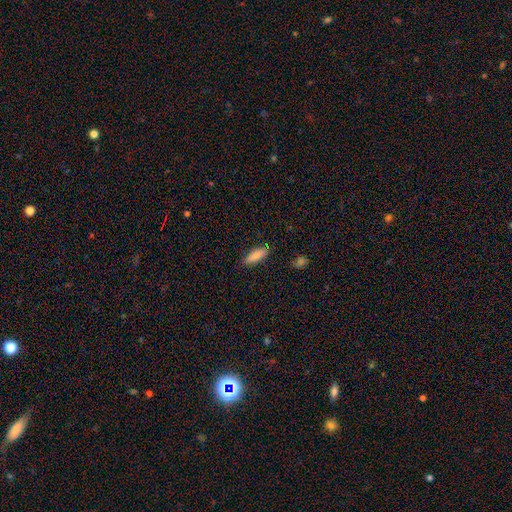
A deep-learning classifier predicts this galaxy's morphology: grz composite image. It shows a smooth galaxy with no disk features (86%) that is in between round and cigar-shaped (55%). Merging: none (84%).